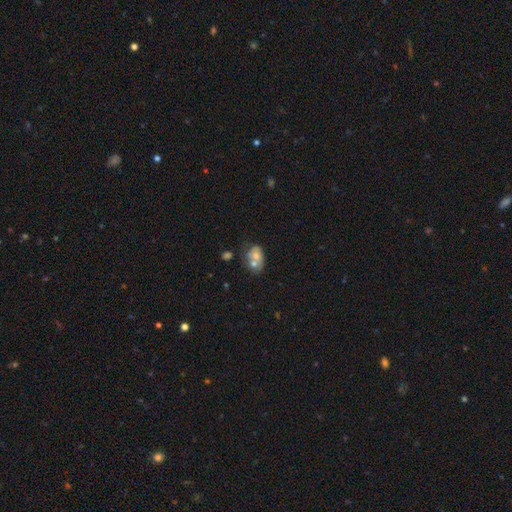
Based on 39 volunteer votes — This appears to be a smooth galaxy with no disk features (56%) that is in between round and cigar-shaped (77%). Merging: merger (40%).